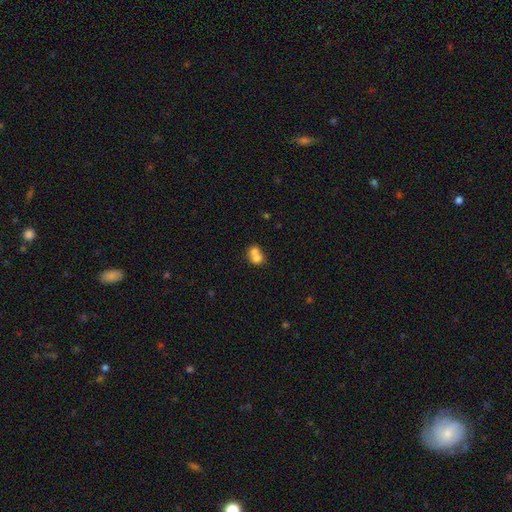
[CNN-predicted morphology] This is likely a smooth galaxy (70%). How rounded: likely round (64%). Merging: likely merger (69%).